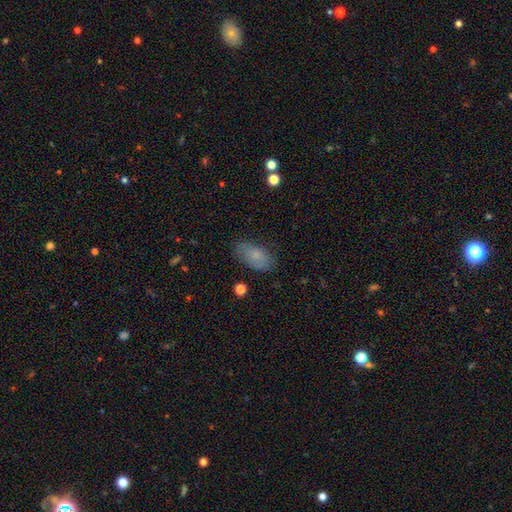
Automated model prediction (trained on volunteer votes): The model was most divided on "merging": none: 75%, minor disturbance: 18%, major disturbance: 5%, merger: 1%. More confident: how rounded — in between (91%); smooth or featured — smooth (75%).